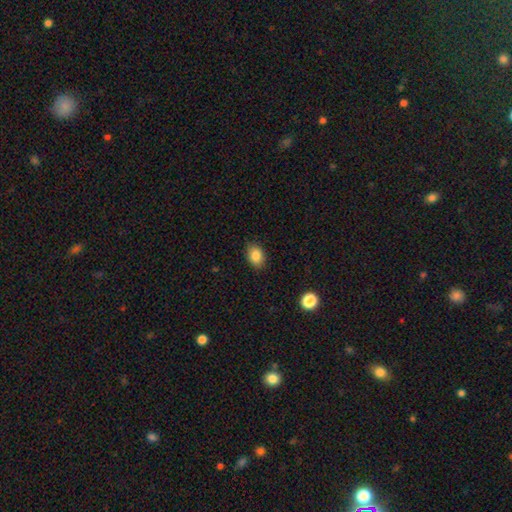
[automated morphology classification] Q: Smooth or featured?
A: smooth (85%); runner-up: star or artifact (9%)
Q: How rounded?
A: in between (71%); runner-up: round (28%)
Q: Merging?
A: none (85%); runner-up: minor disturbance (11%)